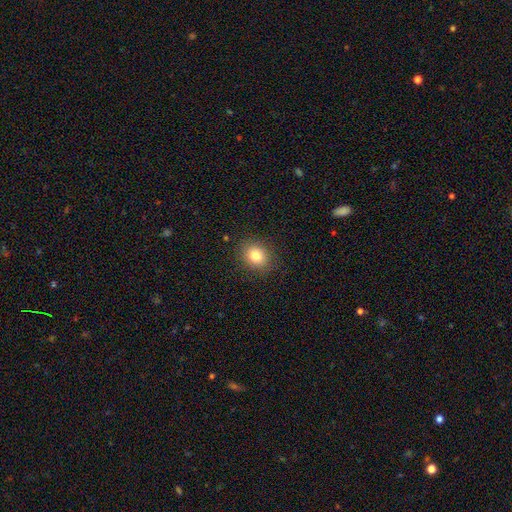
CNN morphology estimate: Smooth or featured?
  - smooth: 82% *
  - star or artifact: 11%
  - featured or disk: 8%
How rounded?
  - round: 60% *
  - in between: 39%
  - cigar-shaped: 1%
Merging?
  - none: 88% *
  - minor disturbance: 8%
  - major disturbance: 3%
  - merger: 1%